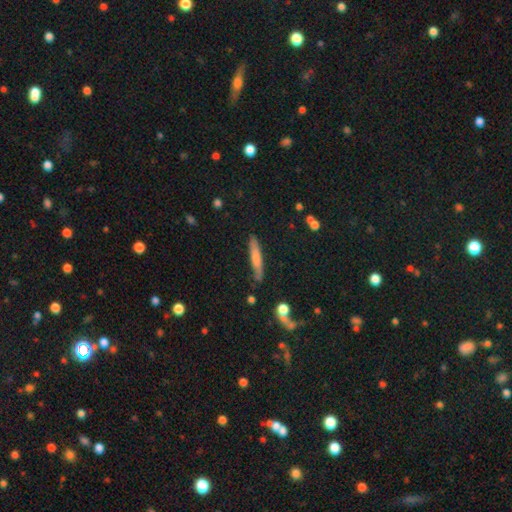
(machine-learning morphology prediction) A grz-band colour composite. It shows a smooth galaxy with no disk features (62%) that is cigar-shaped (91%). Merging: none (77%).